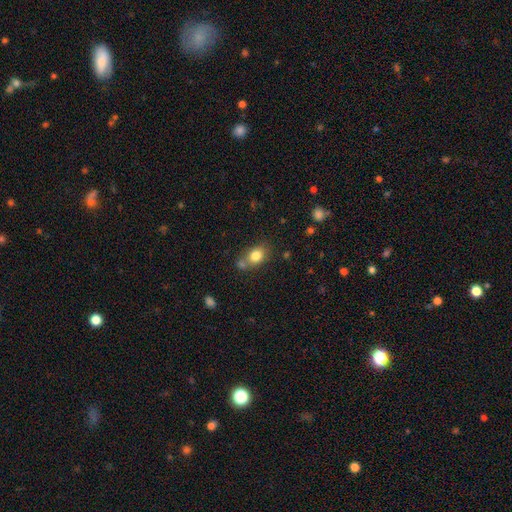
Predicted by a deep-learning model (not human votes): smooth 80%, star or artifact 10%, featured or disk 10%. Down the decision tree: how rounded — in between (58%); merging — none (56%).